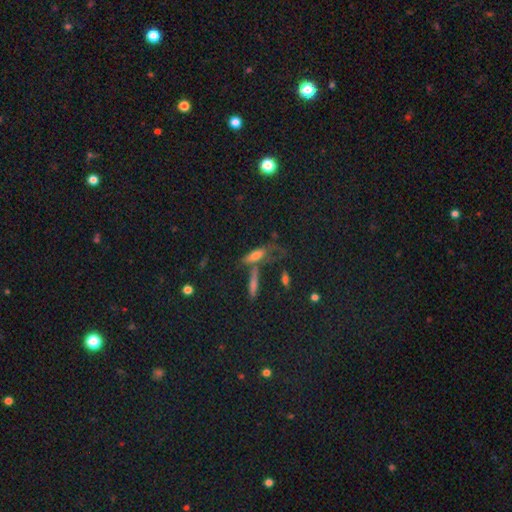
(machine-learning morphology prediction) Smooth or featured: smooth — 54% (featured or disk — 29%)
How rounded: in between — 51% (cigar-shaped — 44%)
Merging: none — 44% (merger — 24%)